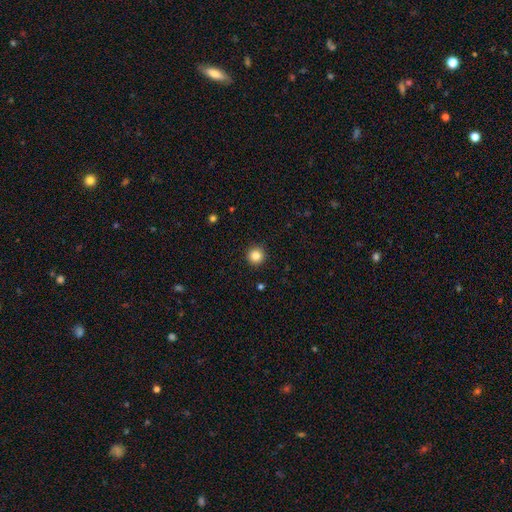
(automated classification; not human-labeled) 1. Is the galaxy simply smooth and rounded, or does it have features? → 86% smooth, 10% star or artifact, 4% featured or disk.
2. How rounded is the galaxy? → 96% round, 3% in between, 1% cigar-shaped.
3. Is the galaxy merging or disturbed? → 92% none, 5% minor disturbance, 2% major disturbance, 1% merger.